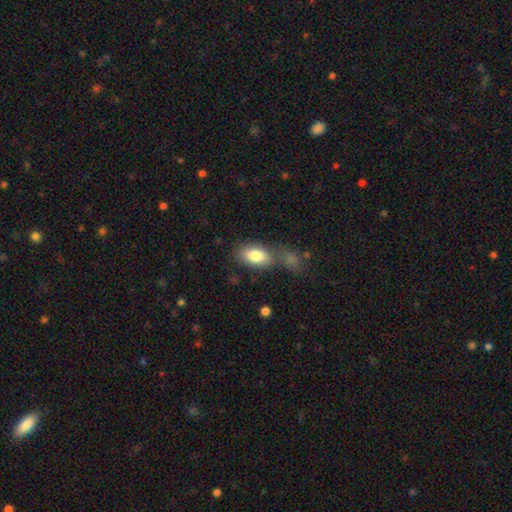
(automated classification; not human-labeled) smooth_or_featured: smooth (p=0.82) [alt: featured or disk p=0.11]
how_rounded: in between (p=0.90) [alt: round p=0.06]
merging: none (p=0.53) [alt: minor disturbance p=0.19]